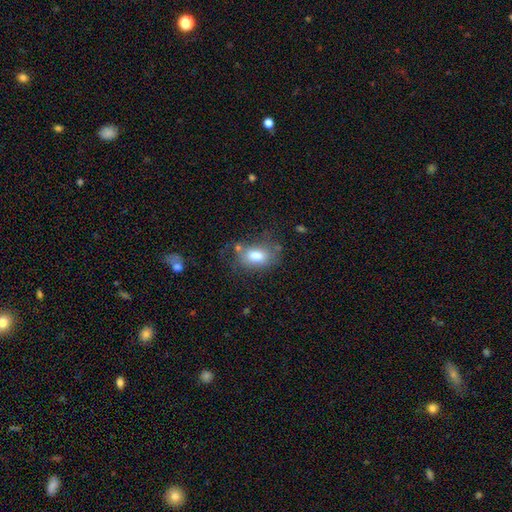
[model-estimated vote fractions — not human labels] Morphology: type=smooth (77%); roundness=in between (82%); merging=none (57%).